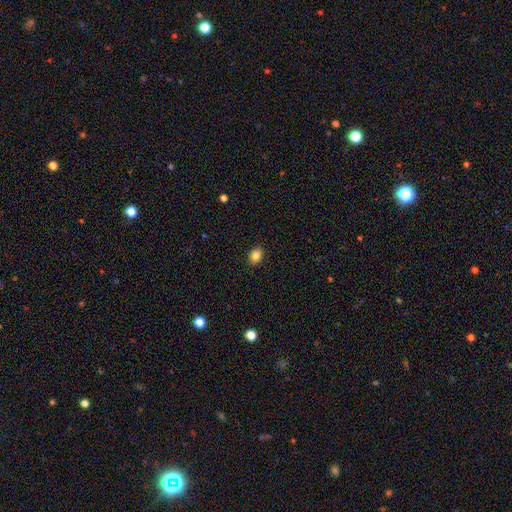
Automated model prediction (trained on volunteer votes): A smooth galaxy with no disk features (85%) that is in between round and cigar-shaped (70%). Merging: none (89%).